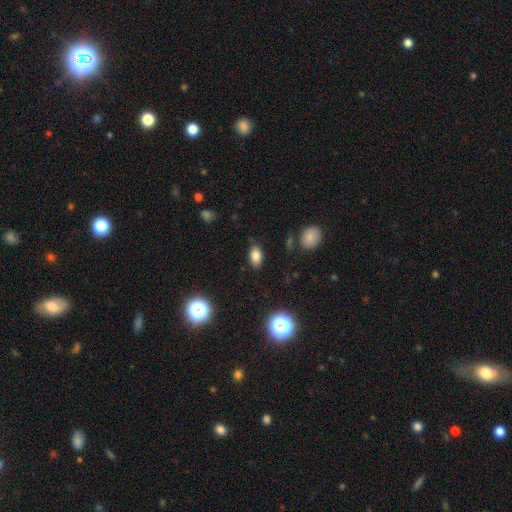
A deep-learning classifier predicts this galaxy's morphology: A smooth galaxy with no disk features (81%) that is in between round and cigar-shaped (90%). Merging: none (84%).